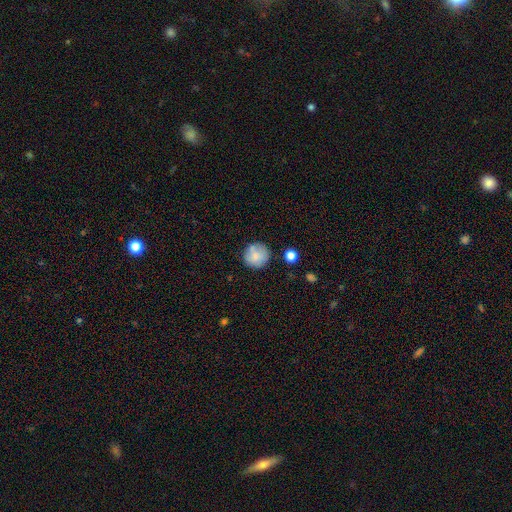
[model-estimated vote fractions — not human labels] This is likely a smooth galaxy (78%). How rounded: clearly round (93%). Merging: likely none (75%).